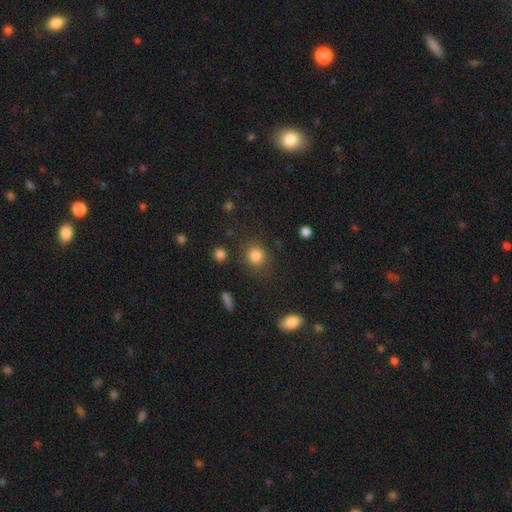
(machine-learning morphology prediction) Overall: smooth (83%). How rounded: round (81%). Merging: none (82%).